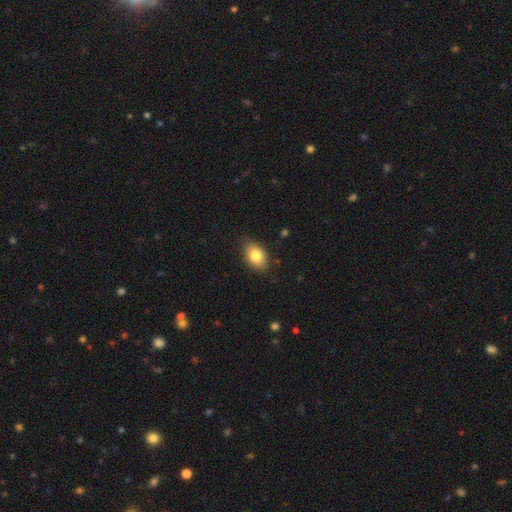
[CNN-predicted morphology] A smooth galaxy with no disk features (81%) that is in between round and cigar-shaped (88%).

Vote fractions:
- Smooth or featured? smooth: 81% / featured or disk: 11% / star or artifact: 7%
- How rounded? in between: 88% / round: 11% / cigar-shaped: 2%
- Merging? none: 82% / minor disturbance: 15% / major disturbance: 3% / merger: 1%